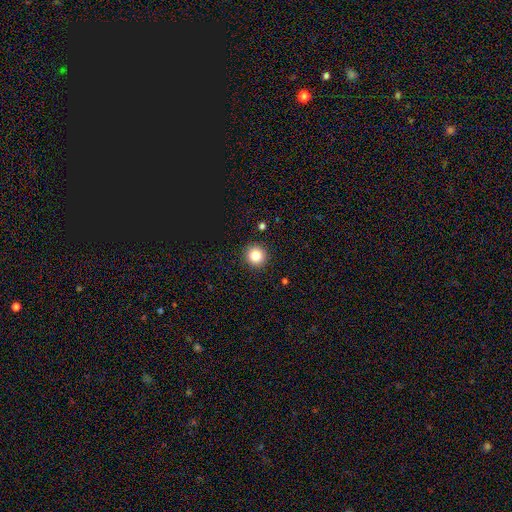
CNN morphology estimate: The model was most divided on "smooth or featured": smooth: 83%, star or artifact: 12%, featured or disk: 6%. More confident: how rounded — round (95%); merging — none (92%).